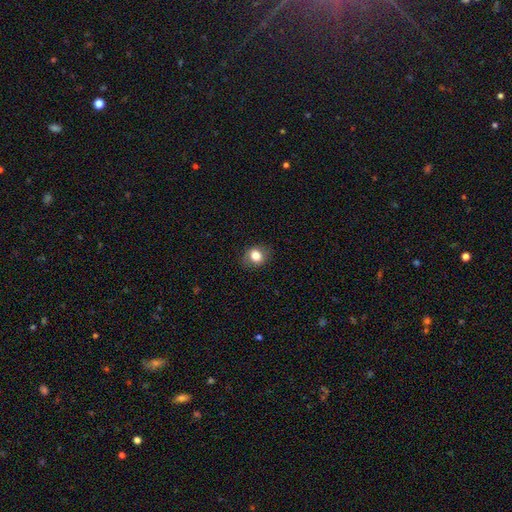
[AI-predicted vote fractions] The model was most divided on "how rounded": round: 62%, in between: 37%, cigar-shaped: 1%. More confident: merging — none (80%); smooth or featured — smooth (78%).